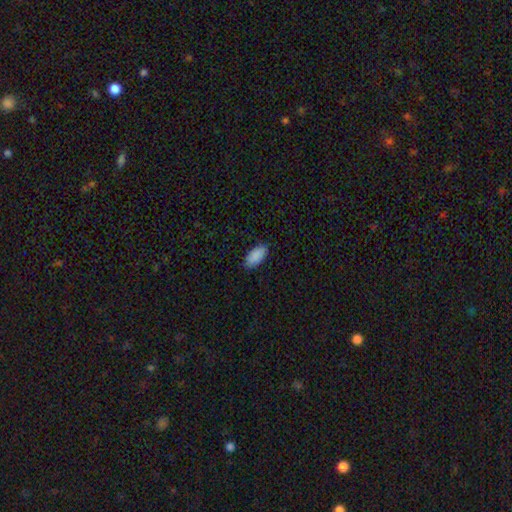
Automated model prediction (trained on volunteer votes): The model was most divided on "merging": none: 85%, minor disturbance: 11%, major disturbance: 2%, merger: 1%. More confident: how rounded — in between (93%); smooth or featured — smooth (89%).